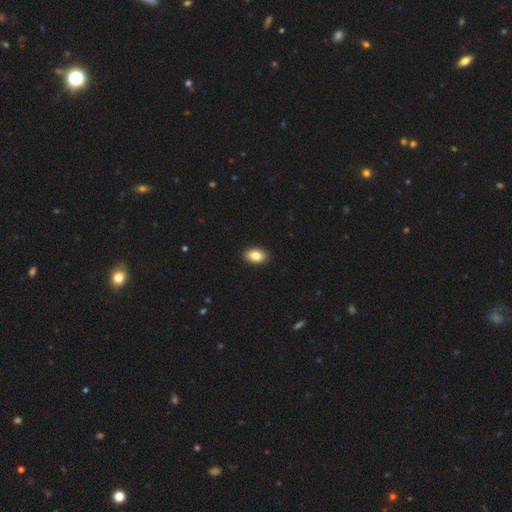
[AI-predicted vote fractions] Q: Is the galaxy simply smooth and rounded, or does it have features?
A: smooth — 85%.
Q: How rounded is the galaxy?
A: in between — 89%.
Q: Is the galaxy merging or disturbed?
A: none — 91%.